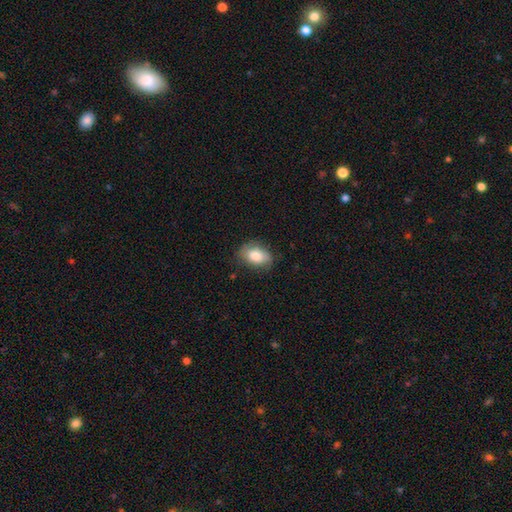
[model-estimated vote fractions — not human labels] Morphology: type=smooth (79%); roundness=in between (83%); merging=none (68%).